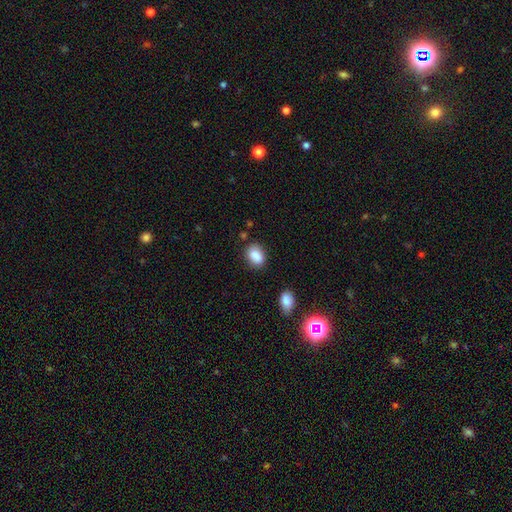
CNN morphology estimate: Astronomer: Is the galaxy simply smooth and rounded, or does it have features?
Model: smooth — 87%.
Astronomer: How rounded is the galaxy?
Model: in between — 78%.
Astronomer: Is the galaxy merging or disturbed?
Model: none — 75%.